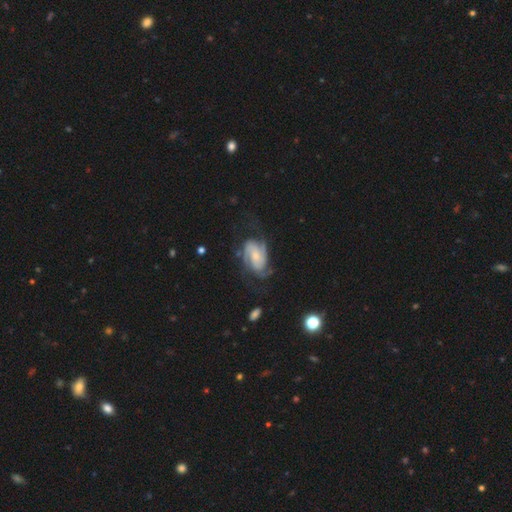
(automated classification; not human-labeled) A featured or disk galaxy (83%) with no bar (57%), 2 (54%) medium (42%, tied with tight) spiral arms (96%) and a small central bulge (58%).

Vote fractions:
- Smooth or featured? featured or disk: 83% / smooth: 11% / star or artifact: 5%
- Edge-on disk? no: 97% / yes: 3%
- Bar? no: 57% / weak: 33% / strong: 10%
- Spiral arms? yes: 96% / no: 4%
- Spiral winding? medium: 42% (tied) / tight: 42% (tied) / loose: 15%
- Spiral arm count? 2: 54% / 3: 19% / can't tell: 15% / 4: 5% / 1: 4% / more than 4: 3%
- Bulge size? small: 58% / moderate: 31% / none: 5% / large: 4% / dominant: 1%
- Merging? none: 59% / minor disturbance: 20% / major disturbance: 19% / merger: 2%